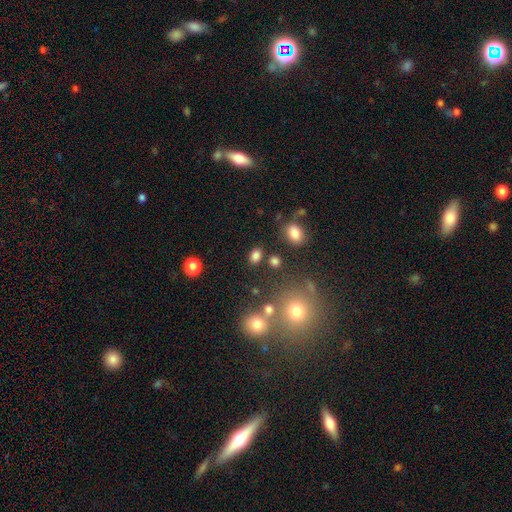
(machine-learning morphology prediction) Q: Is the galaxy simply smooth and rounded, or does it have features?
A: smooth — 80%.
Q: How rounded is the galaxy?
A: in between — 74%.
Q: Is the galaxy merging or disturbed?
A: none — 77%.